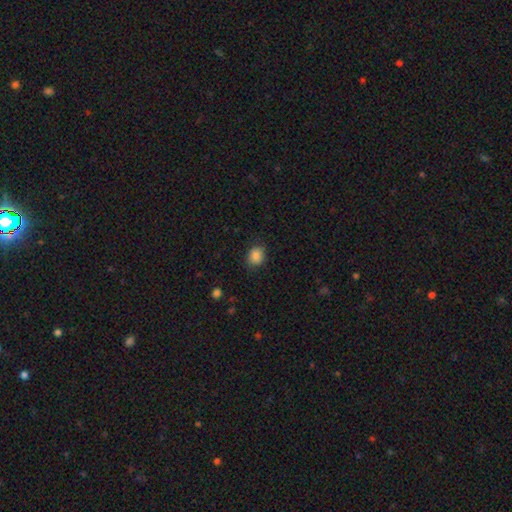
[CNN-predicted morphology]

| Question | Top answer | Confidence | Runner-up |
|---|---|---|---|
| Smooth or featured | smooth | 86% | star or artifact (9%) |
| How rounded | round | 58% | in between (41%) |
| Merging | none | 81% | minor disturbance (14%) |